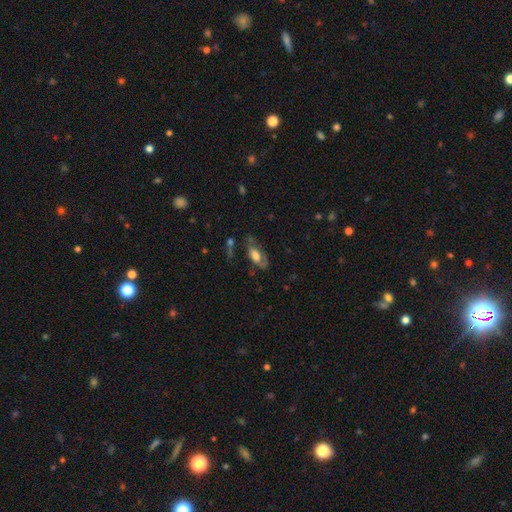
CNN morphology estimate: type=smooth (46%); merging=none (47%).